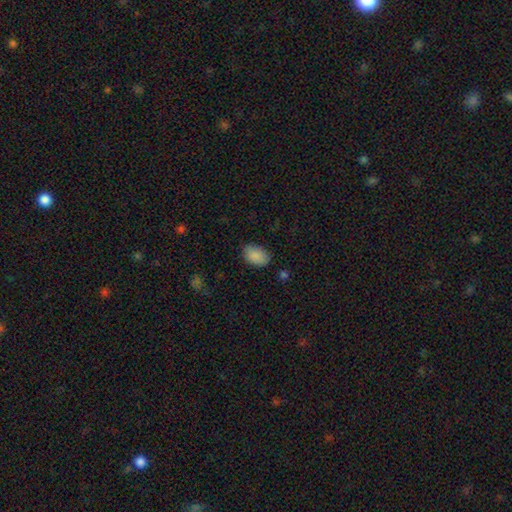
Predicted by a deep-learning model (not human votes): Overall: smooth (89%). How rounded: in between (87%). Merging: none (82%).